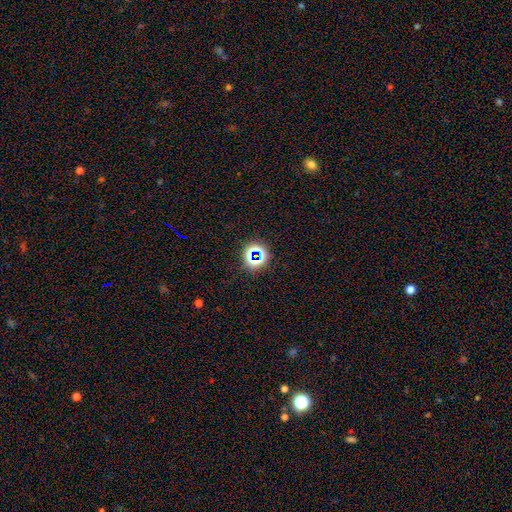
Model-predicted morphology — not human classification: star or artifact 65%, smooth 25%, featured or disk 10%.